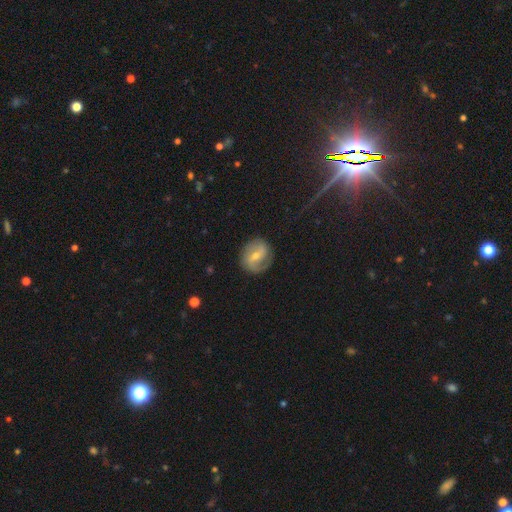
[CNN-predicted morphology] This appears to be a featured or disk galaxy (68%) with a weak bar (48%), 2 (76%) medium (41%) spiral arms (83%) and a moderate central bulge (48%, tied with small). Merging: none (81%).